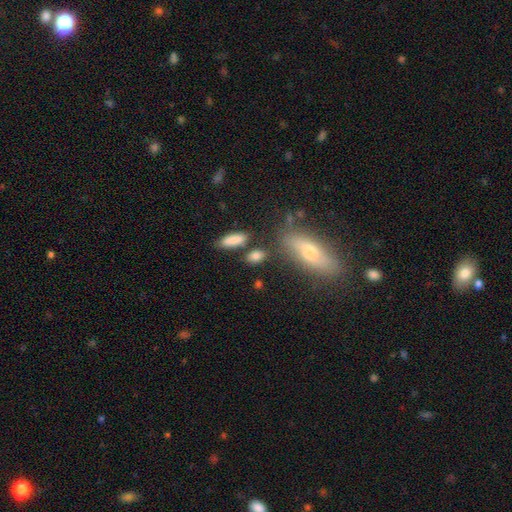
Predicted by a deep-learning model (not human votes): A smooth galaxy with no disk features (81%) that is in between round and cigar-shaped (78%).

Vote fractions:
- Smooth or featured? smooth: 81% / star or artifact: 10% / featured or disk: 9%
- How rounded? in between: 78% / round: 12% / cigar-shaped: 11%
- Merging? none: 69% / minor disturbance: 14% / merger: 12% / major disturbance: 5%